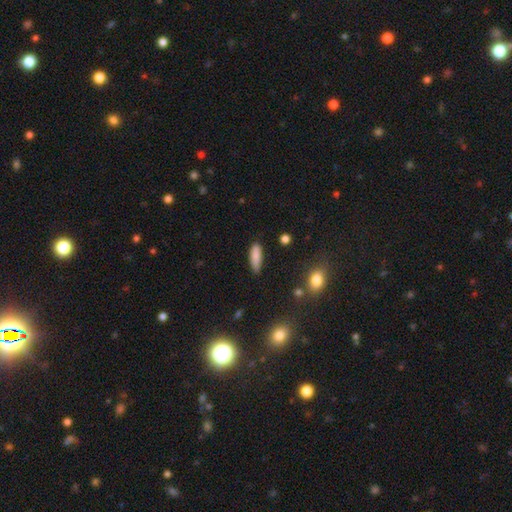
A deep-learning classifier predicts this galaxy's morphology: The model was most divided on "how rounded": in between: 52%, cigar-shaped: 46%, round: 2%. More confident: smooth or featured — smooth (85%); merging — none (77%).